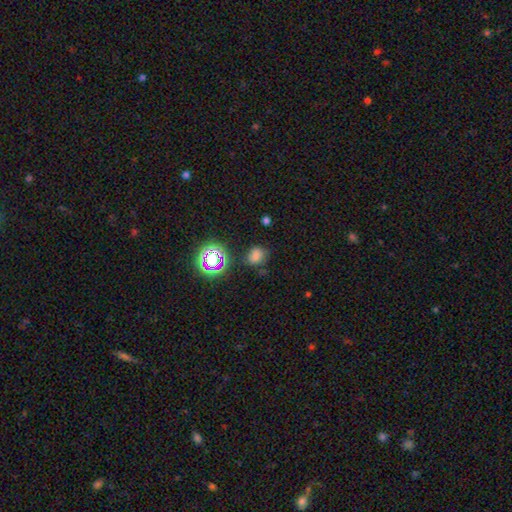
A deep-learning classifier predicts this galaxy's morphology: Smooth or featured?
  - smooth: 68% *
  - star or artifact: 25%
  - featured or disk: 7%
How rounded?
  - round: 51% *
  - in between: 48%
  - cigar-shaped: 1%
Merging?
  - none: 72% *
  - minor disturbance: 18%
  - major disturbance: 6%
  - merger: 4%